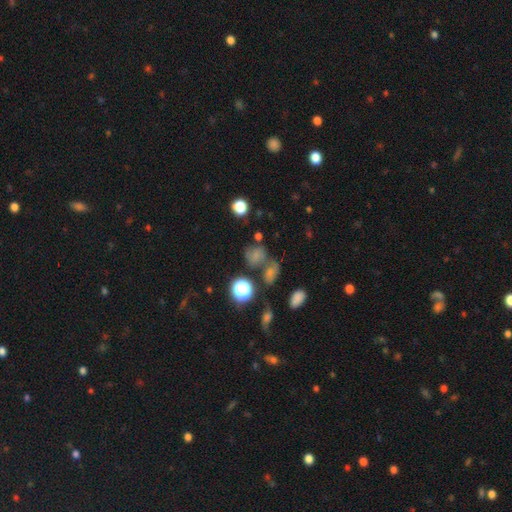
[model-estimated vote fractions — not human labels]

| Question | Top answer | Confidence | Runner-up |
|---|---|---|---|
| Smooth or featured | smooth | 59% | star or artifact (25%) |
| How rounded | round | 66% | in between (32%) |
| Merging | none | 47% | merger (26%) |